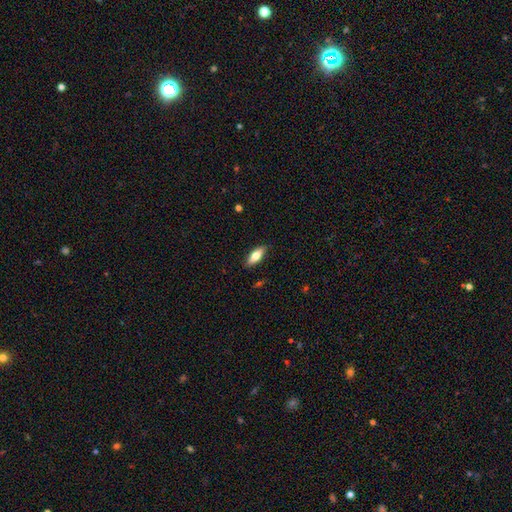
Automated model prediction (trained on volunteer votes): A smooth galaxy with no disk features (71%) that is in between round and cigar-shaped (71%).

Vote fractions:
- Smooth or featured? smooth: 71% / featured or disk: 22% / star or artifact: 6%
- How rounded? in between: 71% / cigar-shaped: 26% / round: 2%
- Merging? none: 87% / minor disturbance: 10% / major disturbance: 2% / merger: 1%